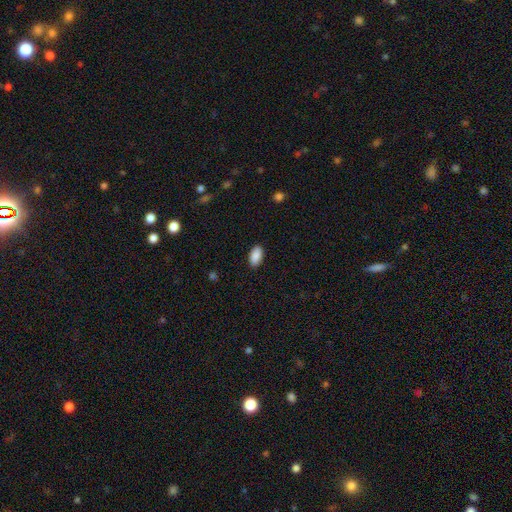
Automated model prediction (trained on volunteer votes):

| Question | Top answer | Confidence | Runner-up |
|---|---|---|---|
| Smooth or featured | smooth | 89% | star or artifact (7%) |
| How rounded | in between | 94% | cigar-shaped (3%) |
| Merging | none | 89% | minor disturbance (8%) |